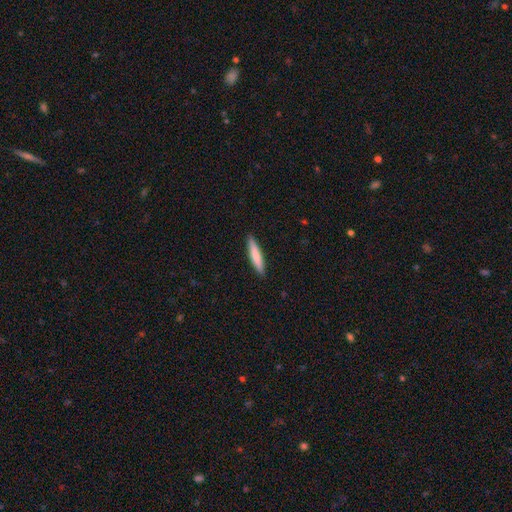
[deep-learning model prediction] Smooth or featured? Predicted: smooth (p=0.76). How rounded? Predicted: cigar-shaped (p=0.89). Merging? Predicted: none (p=0.91).